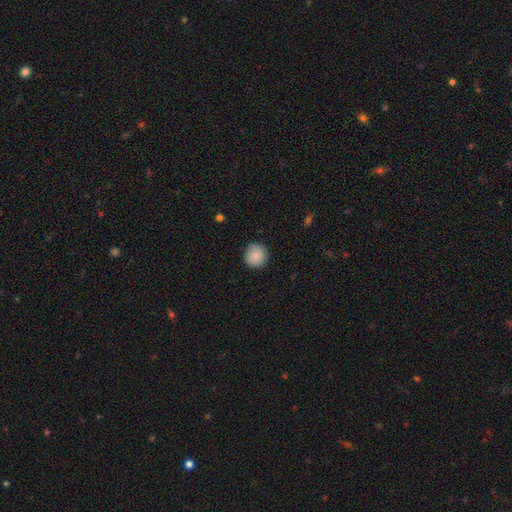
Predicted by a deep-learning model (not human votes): Smooth or featured? smooth (85%)
How rounded? round (94%)
Merging? none (89%)